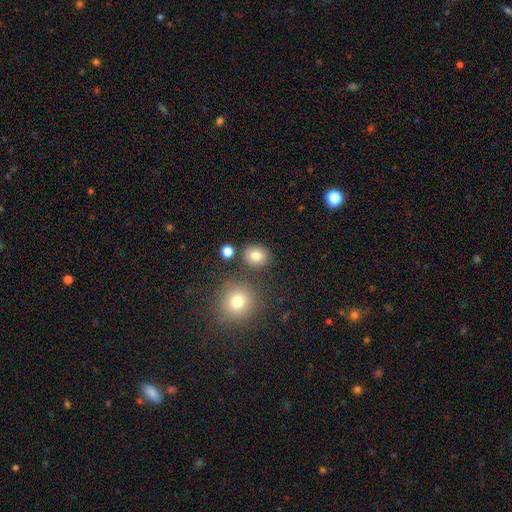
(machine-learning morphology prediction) Smooth or featured: smooth — 80% (star or artifact — 12%)
How rounded: round — 74% (in between — 25%)
Merging: none — 82% (minor disturbance — 9%)